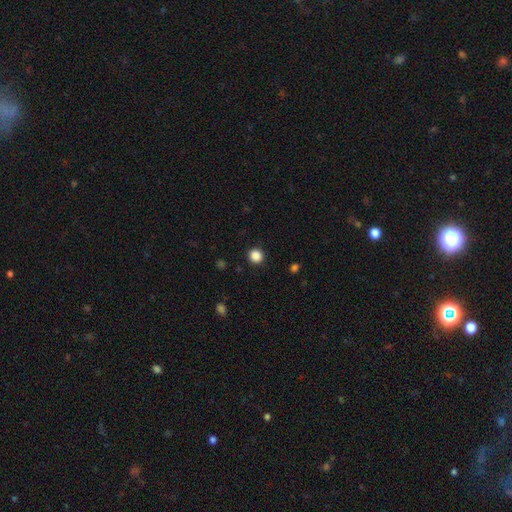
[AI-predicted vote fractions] A smooth galaxy with no disk features (86%) that is round (93%). Merging: none (92%).